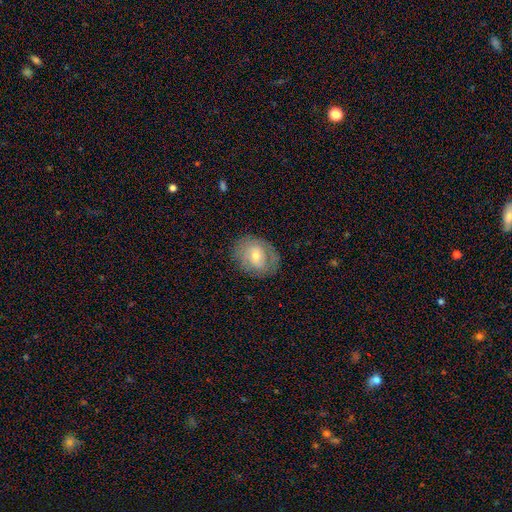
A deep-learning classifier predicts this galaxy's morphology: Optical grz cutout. It shows a smooth galaxy with no disk features (49%). Merging: none (74%).